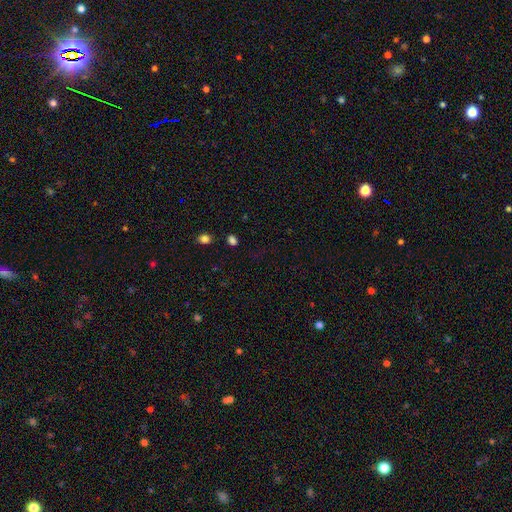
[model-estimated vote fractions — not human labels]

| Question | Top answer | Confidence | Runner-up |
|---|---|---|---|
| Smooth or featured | smooth | 57% | star or artifact (37%) |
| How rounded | round | 55% | in between (43%) |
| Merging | none | 78% | minor disturbance (12%) |